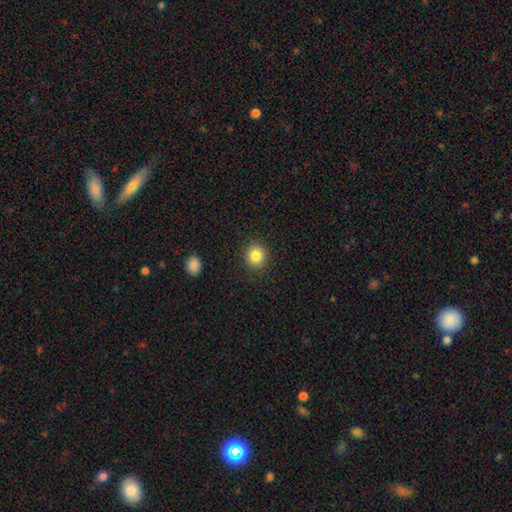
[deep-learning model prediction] A smooth galaxy with no disk features (84%) that is round (88%).

Vote fractions:
- Smooth or featured? smooth: 84% / star or artifact: 10% / featured or disk: 6%
- How rounded? round: 88% / in between: 11% / cigar-shaped: 1%
- Merging? none: 90% / minor disturbance: 6% / major disturbance: 2% / merger: 1%